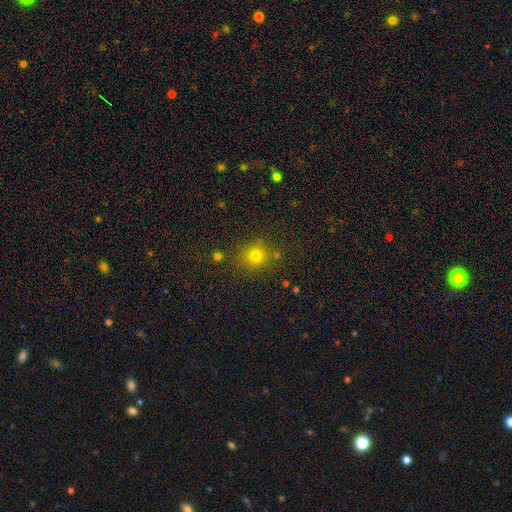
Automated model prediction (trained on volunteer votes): Smooth or featured? Predicted: smooth (p=0.76). How rounded? Predicted: round (p=0.90). Merging? Predicted: none (p=0.82).